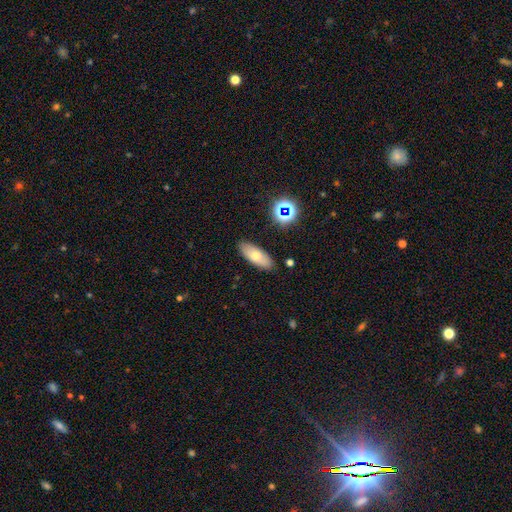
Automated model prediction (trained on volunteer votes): Smooth or featured: smooth — 67% (featured or disk — 24%)
How rounded: in between — 76% (cigar-shaped — 22%)
Merging: none — 86% (minor disturbance — 10%)